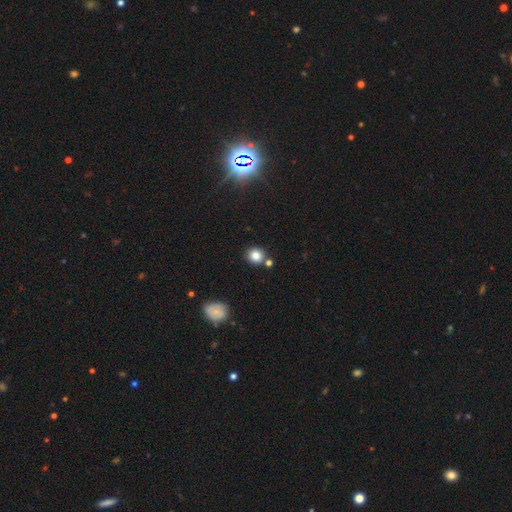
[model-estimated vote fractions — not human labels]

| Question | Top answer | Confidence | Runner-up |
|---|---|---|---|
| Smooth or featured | smooth | 82% | star or artifact (12%) |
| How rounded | round | 86% | in between (13%) |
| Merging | none | 78% | merger (11%) |